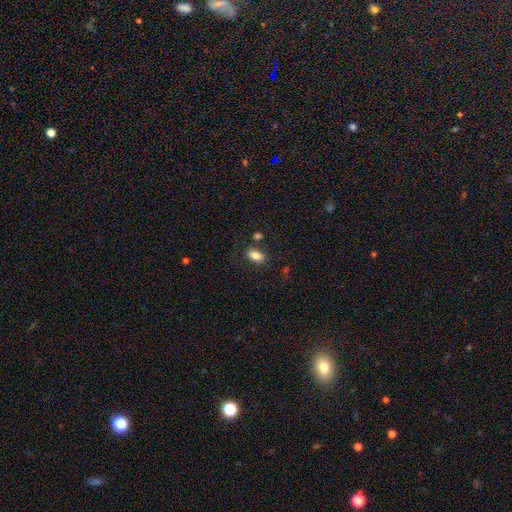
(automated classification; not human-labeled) Smooth or featured? smooth (83%)
How rounded? in between (87%)
Merging? none (79%)